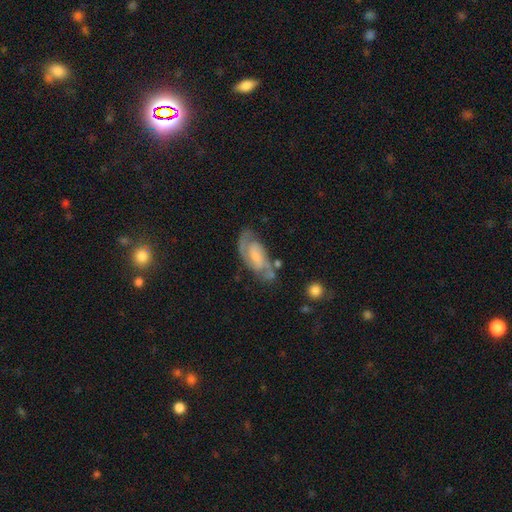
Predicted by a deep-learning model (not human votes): A featured or disk galaxy (82%) with a weak bar (48%), 2 (84%) medium (48%) spiral arms (95%) and a small central bulge (43%). Merging: none (67%).